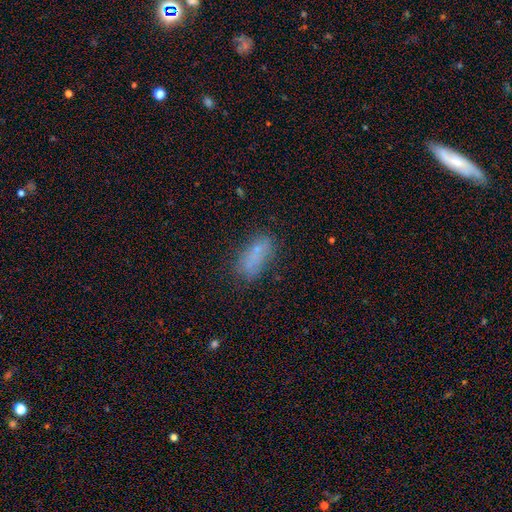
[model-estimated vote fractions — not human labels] The model was most divided on "merging": none: 67%, minor disturbance: 20%, major disturbance: 9%, merger: 3%. More confident: how rounded — in between (78%); smooth or featured — smooth (68%).